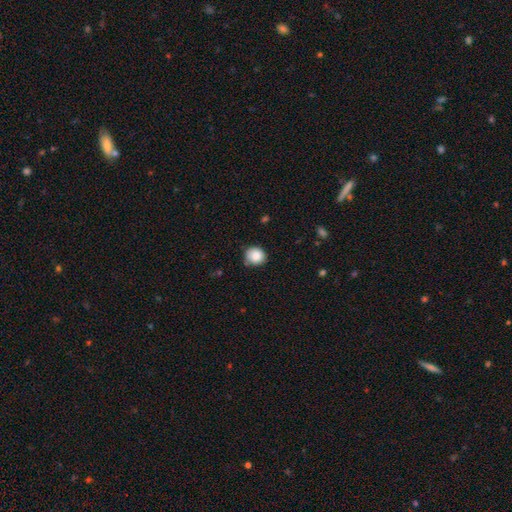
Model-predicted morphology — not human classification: Smooth or featured?
  - smooth: 86% *
  - star or artifact: 9%
  - featured or disk: 5%
How rounded?
  - round: 85% *
  - in between: 14%
  - cigar-shaped: 1%
Merging?
  - none: 71% *
  - minor disturbance: 22%
  - major disturbance: 4%
  - merger: 4%